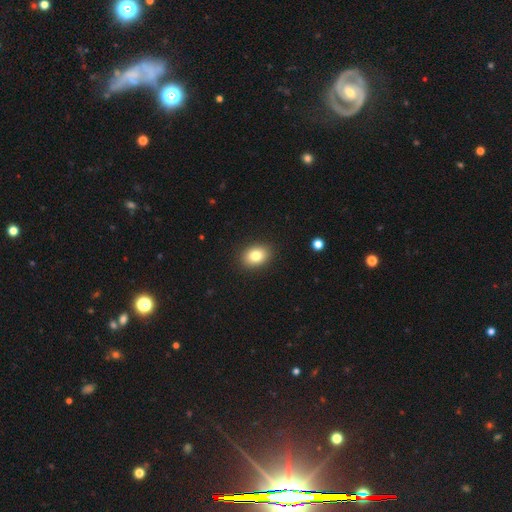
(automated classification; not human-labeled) smooth-or-featured: smooth: 82% | star or artifact: 9% | featured or disk: 9%
  how-rounded: in between: 69% | round: 30% | cigar-shaped: 1%
  merging: none: 90% | minor disturbance: 7% | major disturbance: 2% | merger: 1%